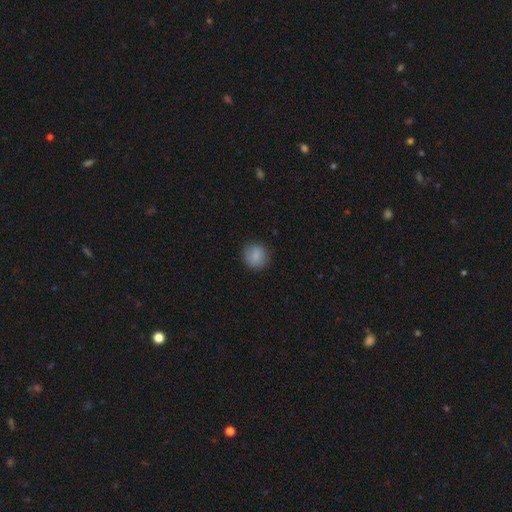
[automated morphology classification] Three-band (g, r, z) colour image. It shows a smooth galaxy with no disk features (86%) that is round (91%). Merging: none (87%).